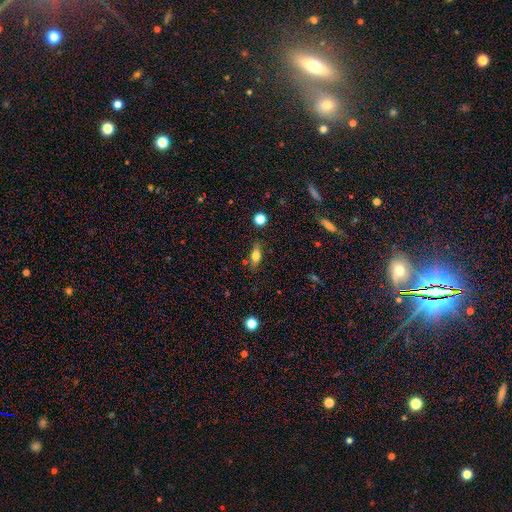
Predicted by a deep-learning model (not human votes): Overall: smooth (62%; featured or disk 29%). How rounded: in between (66%; cigar-shaped 27%). Merging: none (81%).